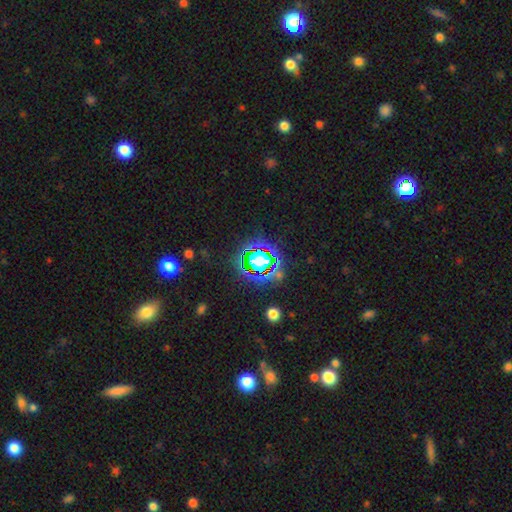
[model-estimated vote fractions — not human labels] Smooth or featured? star or artifact (68%)